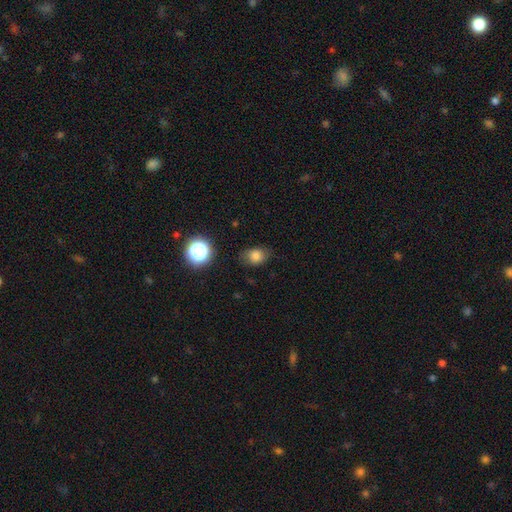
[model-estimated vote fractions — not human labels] A smooth galaxy with no disk features (79%) that is in between round and cigar-shaped (60%).

Vote fractions:
- Smooth or featured? smooth: 79% / star or artifact: 13% / featured or disk: 7%
- How rounded? in between: 60% / round: 39% / cigar-shaped: 1%
- Merging? none: 75% / minor disturbance: 18% / major disturbance: 5% / merger: 2%